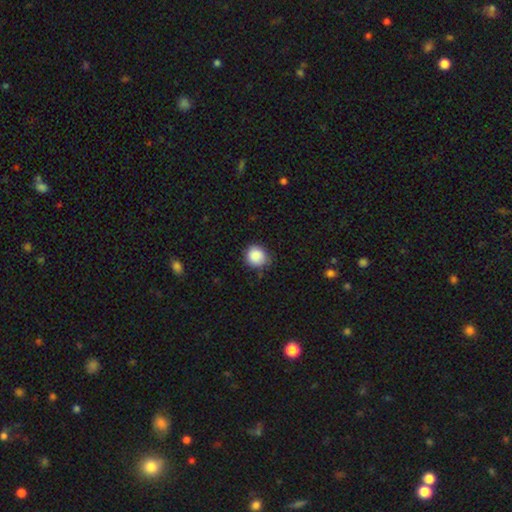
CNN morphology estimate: smooth-or-featured: smooth: 88% | star or artifact: 8% | featured or disk: 4%
  how-rounded: round: 87% | in between: 12% | cigar-shaped: 1%
  merging: none: 77% | minor disturbance: 19% | major disturbance: 3% | merger: 1%